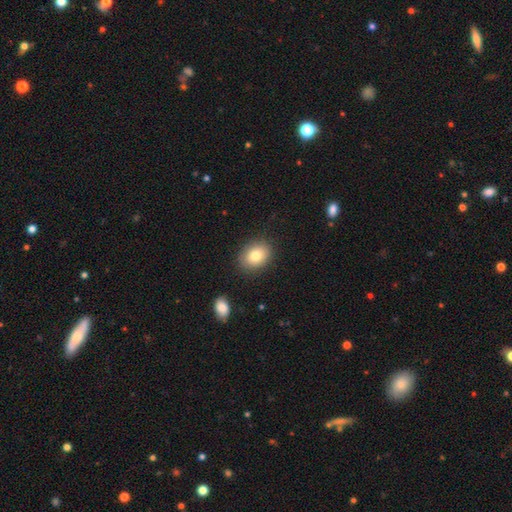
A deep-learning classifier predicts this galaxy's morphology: Smooth or featured?
  - smooth: 80% *
  - featured or disk: 11%
  - star or artifact: 9%
How rounded?
  - in between: 60% *
  - round: 39%
  - cigar-shaped: 1%
Merging?
  - none: 86% *
  - minor disturbance: 9%
  - major disturbance: 3%
  - merger: 2%